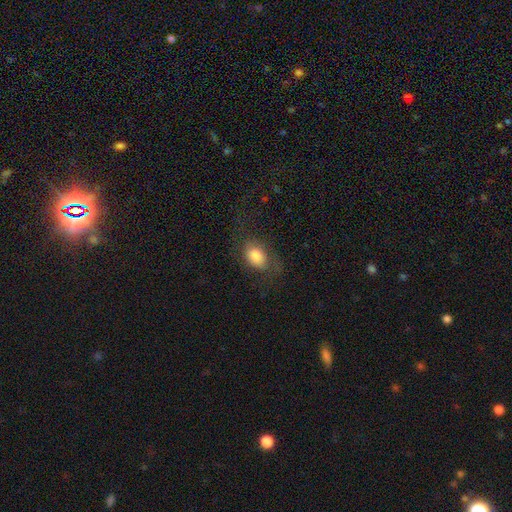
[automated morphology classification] Smooth or featured?
  - smooth: 74% *
  - featured or disk: 17%
  - star or artifact: 9%
How rounded?
  - in between: 80% *
  - round: 18%
  - cigar-shaped: 2%
Merging?
  - none: 60% *
  - minor disturbance: 20%
  - major disturbance: 19%
  - merger: 1%